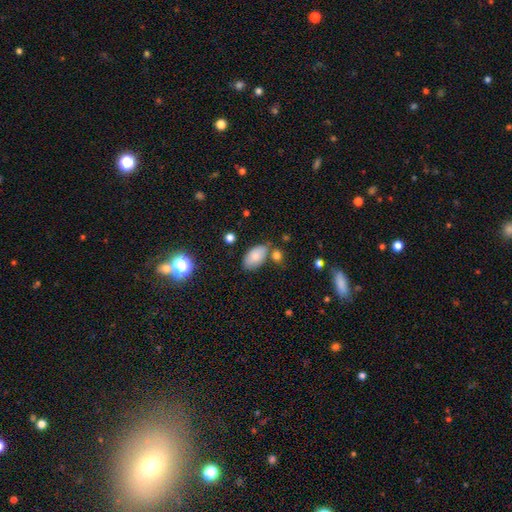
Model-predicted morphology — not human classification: Overall: smooth (84%). How rounded: in between (94%). Merging: none (68%).